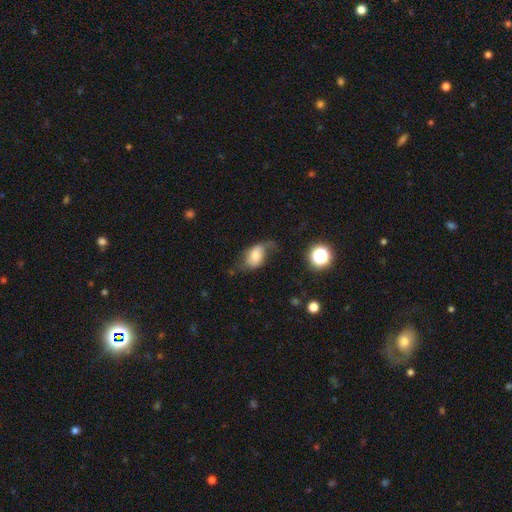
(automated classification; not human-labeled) Morphology: type=smooth (61%); roundness=in between (85%); merging=none (37%).